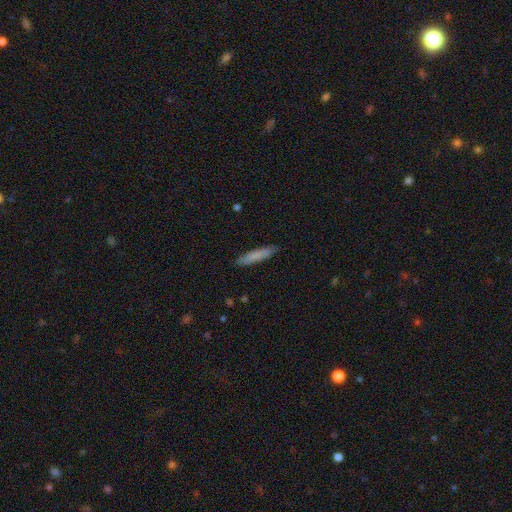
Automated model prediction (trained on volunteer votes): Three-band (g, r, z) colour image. It shows a smooth galaxy with no disk features (81%) that is cigar-shaped (90%). Merging: none (89%).